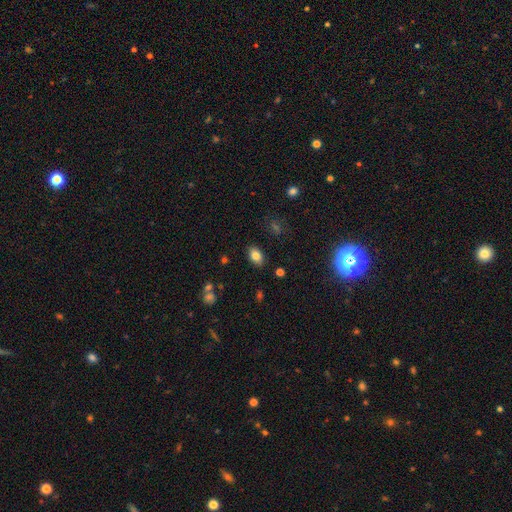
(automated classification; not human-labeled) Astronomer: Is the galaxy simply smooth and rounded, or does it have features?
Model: smooth — 82%.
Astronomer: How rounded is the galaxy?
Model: in between — 87%.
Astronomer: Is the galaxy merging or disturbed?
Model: none — 86%.